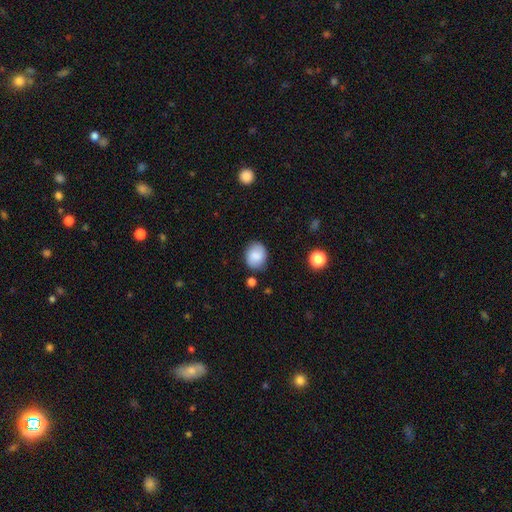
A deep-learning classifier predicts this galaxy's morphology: This appears to be a smooth galaxy with no disk features (82%) that is round (56%). Merging: none (80%).